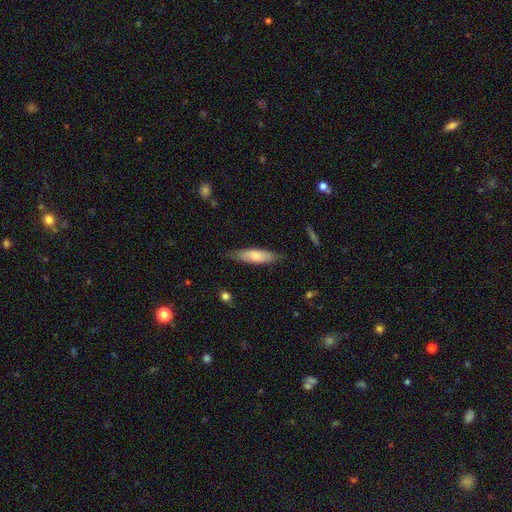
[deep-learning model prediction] smooth 75%, featured or disk 20%, star or artifact 5%. Down the decision tree: how rounded — cigar-shaped (62%); merging — none (78%).